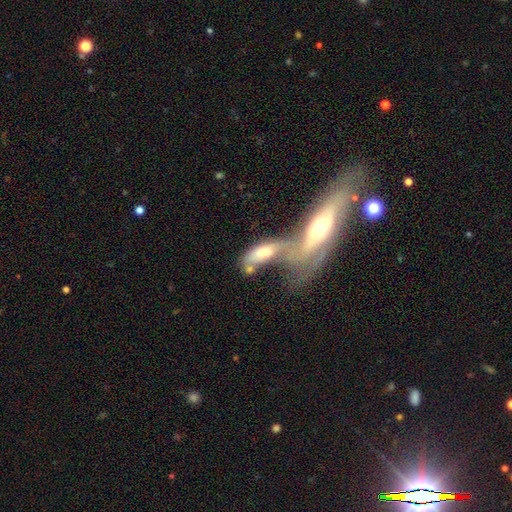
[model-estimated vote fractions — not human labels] Overall: smooth (59%; featured or disk 33%). How rounded: in between (70%). Merging: merger (68%).